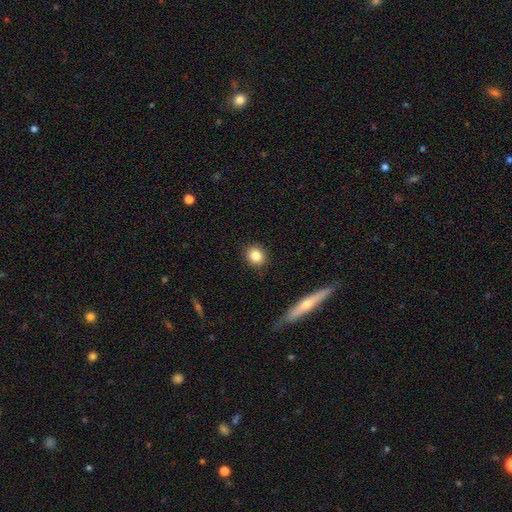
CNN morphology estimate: smooth-or-featured: smooth: 84% | star or artifact: 9% | featured or disk: 7%
  how-rounded: round: 74% | in between: 24% | cigar-shaped: 2%
  merging: none: 89% | minor disturbance: 7% | major disturbance: 2% | merger: 1%